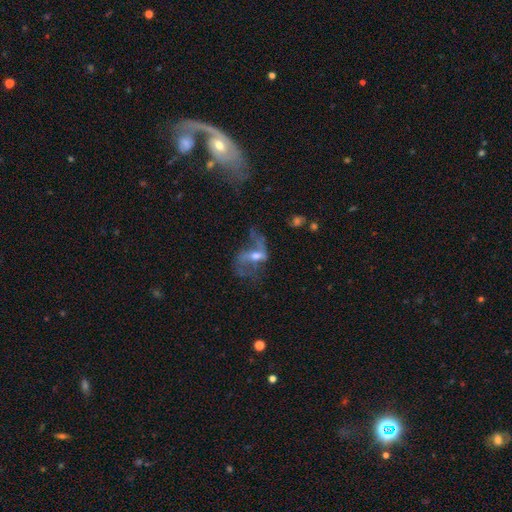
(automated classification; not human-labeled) smooth_or_featured: featured or disk (p=0.67) [alt: smooth p=0.22]
disk_edge_on: no (p=0.92) [alt: yes p=0.08]
bar: no (p=0.42) [alt: weak p=0.36]
has_spiral_arms: yes (p=0.57) [alt: no p=0.43]
bulge_size: moderate (p=0.60) [alt: small p=0.28]
merging: major disturbance (p=0.47) [alt: none p=0.30]